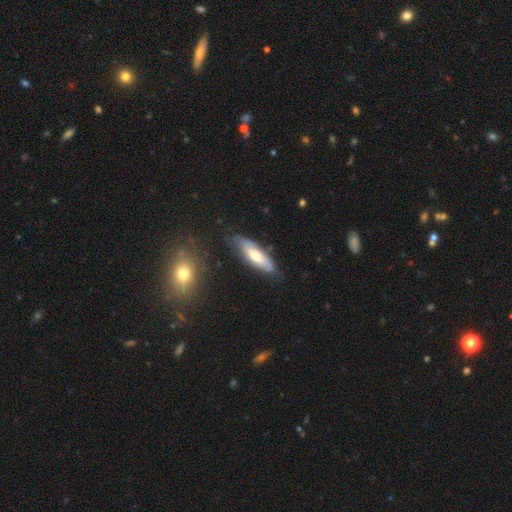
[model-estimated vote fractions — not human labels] Q: Smooth or featured?
A: smooth (53%); runner-up: featured or disk (41%)
Q: How rounded?
A: in between (56%); runner-up: cigar-shaped (42%)
Q: Merging?
A: none (70%); runner-up: minor disturbance (22%)